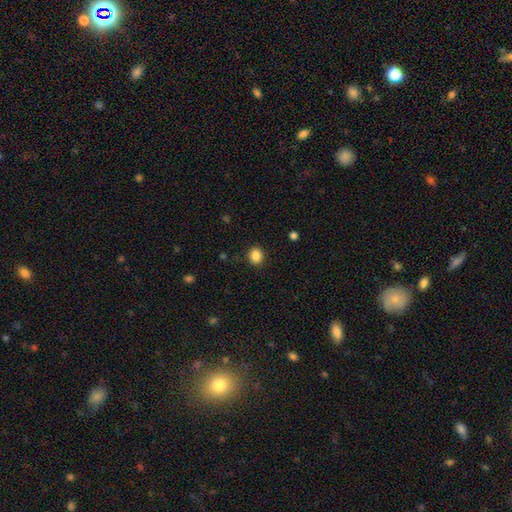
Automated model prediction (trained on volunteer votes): Morphology: type=smooth (87%); roundness=round (62%); merging=none (88%).